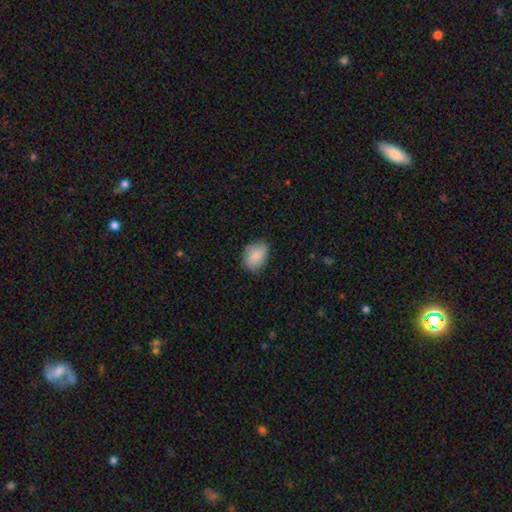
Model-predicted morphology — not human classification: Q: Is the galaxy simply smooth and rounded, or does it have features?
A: smooth — 85%.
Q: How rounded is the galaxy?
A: in between — 76%.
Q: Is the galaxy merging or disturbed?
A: none — 75%.